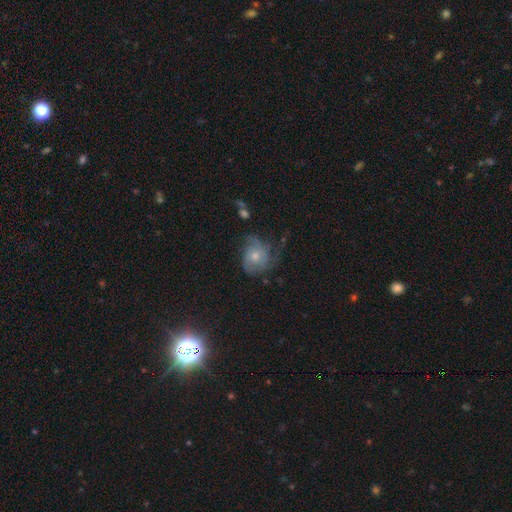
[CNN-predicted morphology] A featured or disk galaxy (59%) with no bar (82%), spiral arms (82%) and a moderate central bulge (53%).

Vote fractions:
- Smooth or featured? featured or disk: 59% / smooth: 32% / star or artifact: 8%
- Edge-on disk? no: 97% / yes: 3%
- Bar? no: 82% / weak: 16% / strong: 2%
- Spiral arms? yes: 82% / no: 18%
- Bulge size? moderate: 53% / small: 40% / large: 4% / none: 2% / dominant: 1%
- Merging? none: 43% / minor disturbance: 28% / major disturbance: 26% / merger: 2%